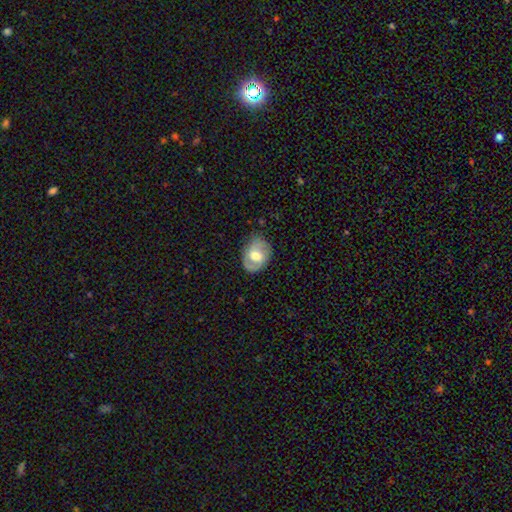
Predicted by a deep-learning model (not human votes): A featured or disk galaxy (55%) with no bar (46%), spiral arms (60%) and a moderate central bulge (64%).

Vote fractions:
- Smooth or featured? featured or disk: 55% / smooth: 39% / star or artifact: 6%
- Edge-on disk? no: 95% / yes: 5%
- Bar? no: 46% / weak: 41% / strong: 13%
- Spiral arms? yes: 60% / no: 40%
- Bulge size? moderate: 64% / large: 25% / small: 8% / dominant: 1% / none: 1%
- Merging? none: 72% / minor disturbance: 20% / major disturbance: 6% / merger: 1%